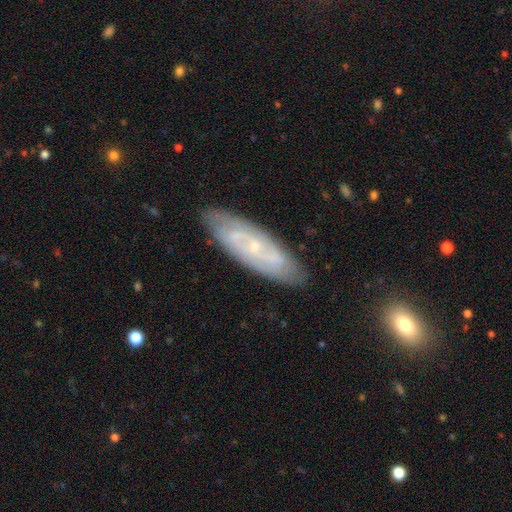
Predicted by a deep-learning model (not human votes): The model was most divided on "bar": no: 69%, weak: 25%, strong: 6%. More confident: edge-on disk — no (82%); merging — none (82%); spiral arms — yes (82%); bulge size — small (80%); smooth or featured — featured or disk (71%).